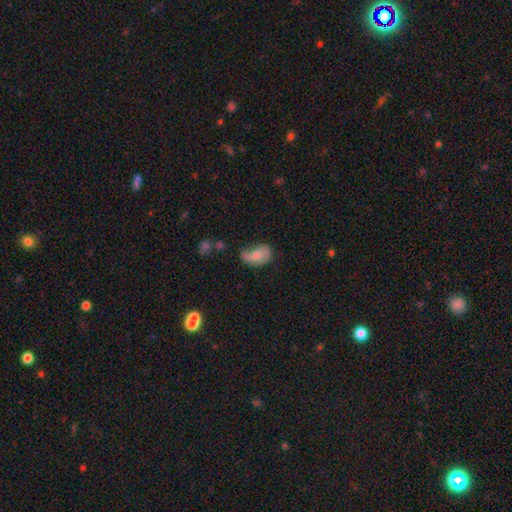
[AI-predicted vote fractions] This appears to be a smooth galaxy with no disk features (62%) that is in between round and cigar-shaped (87%). Merging: none (39%, tied with minor disturbance).